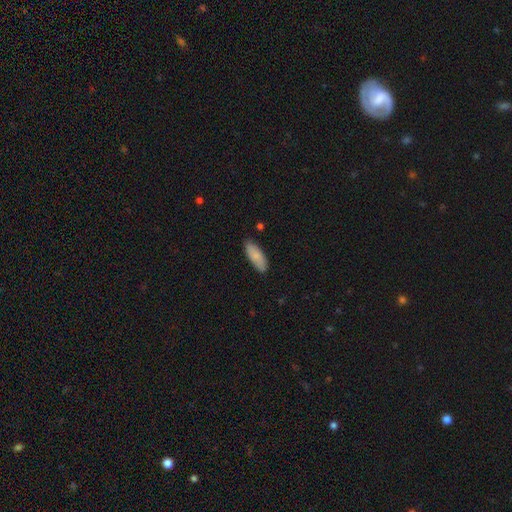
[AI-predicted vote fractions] Smooth or featured? Predicted: smooth (p=0.84). How rounded? Predicted: in between (p=0.71). Merging? Predicted: none (p=0.84).